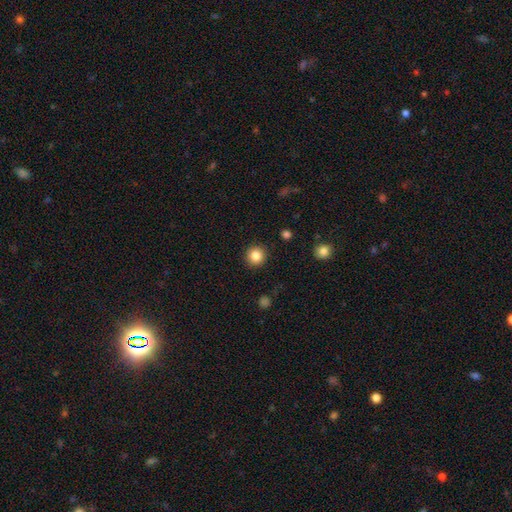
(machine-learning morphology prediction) type=smooth (85%); roundness=round (94%); merging=none (92%).